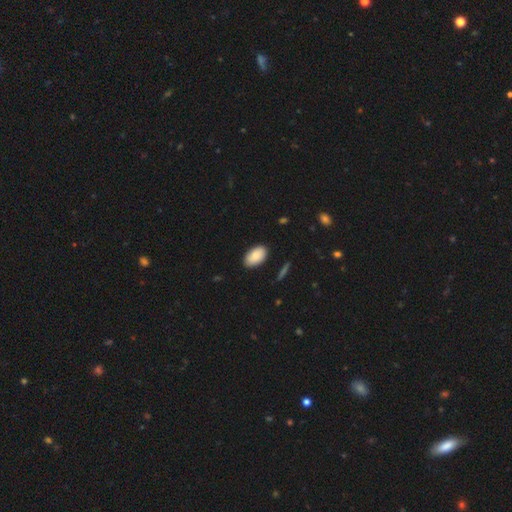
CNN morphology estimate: smooth-or-featured: smooth: 85% | featured or disk: 9% | star or artifact: 6%
  how-rounded: in between: 94% | round: 4% | cigar-shaped: 1%
  merging: none: 85% | minor disturbance: 12% | major disturbance: 2% | merger: 1%